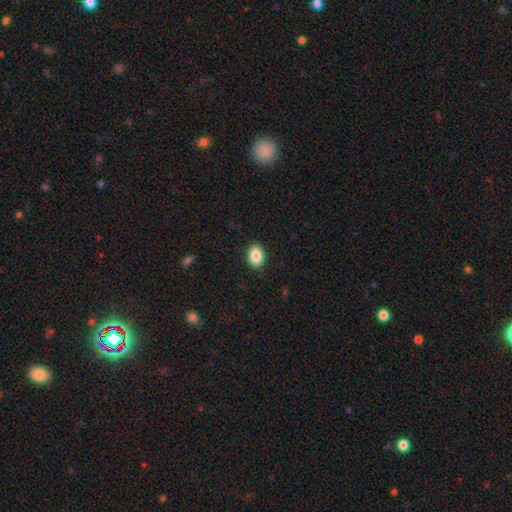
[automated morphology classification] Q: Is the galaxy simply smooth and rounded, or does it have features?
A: smooth — 88%.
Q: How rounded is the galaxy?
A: in between — 79%.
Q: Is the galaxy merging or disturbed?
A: none — 90%.